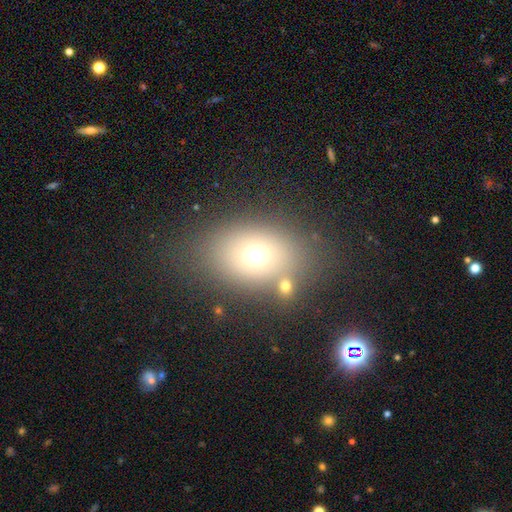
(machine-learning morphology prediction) Smooth or featured? Predicted: smooth (p=0.67). How rounded? Predicted: in between (p=0.70). Merging? Predicted: none (p=0.71).